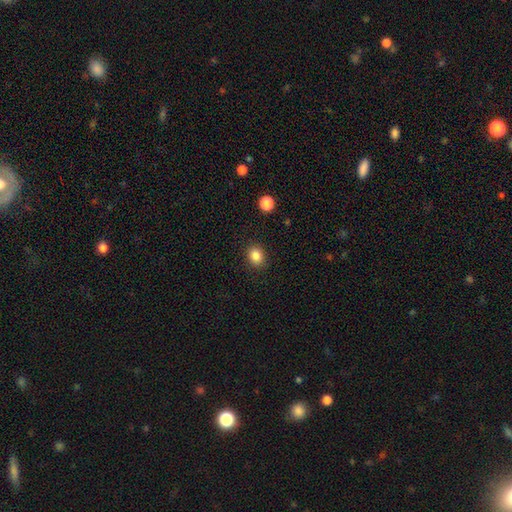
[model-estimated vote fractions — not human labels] Smooth or featured? smooth (85%)
How rounded? round (54%)
Merging? none (89%)